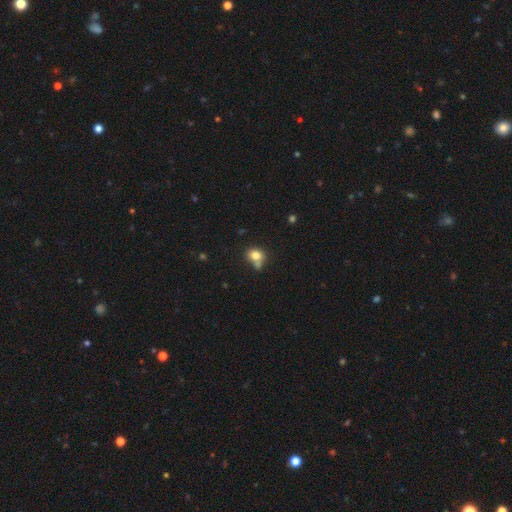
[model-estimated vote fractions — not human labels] A smooth galaxy with no disk features (79%) that is round (58%).

Vote fractions:
- Smooth or featured? smooth: 79% / star or artifact: 11% / featured or disk: 10%
- How rounded? round: 58% / in between: 41% / cigar-shaped: 1%
- Merging? none: 51% / merger: 25% / minor disturbance: 18% / major disturbance: 7%